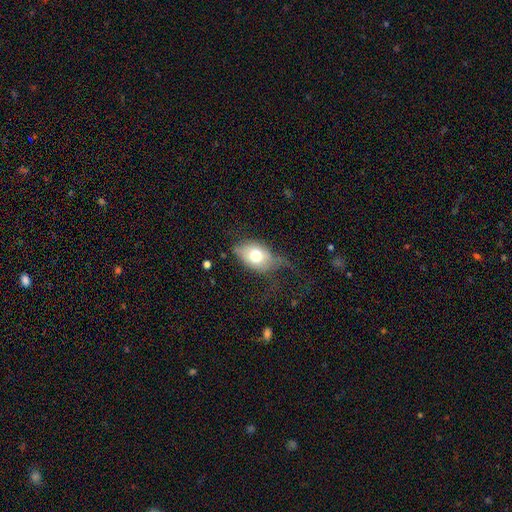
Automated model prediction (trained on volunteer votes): A smooth galaxy with no disk features (67%) that is in between round and cigar-shaped (79%). Merging: none (39%).